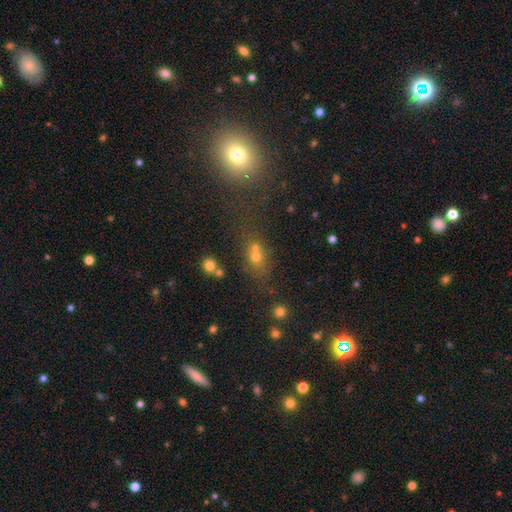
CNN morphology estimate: This appears to be a smooth galaxy with no disk features (58%) that is round (55%). Merging: none (46%).